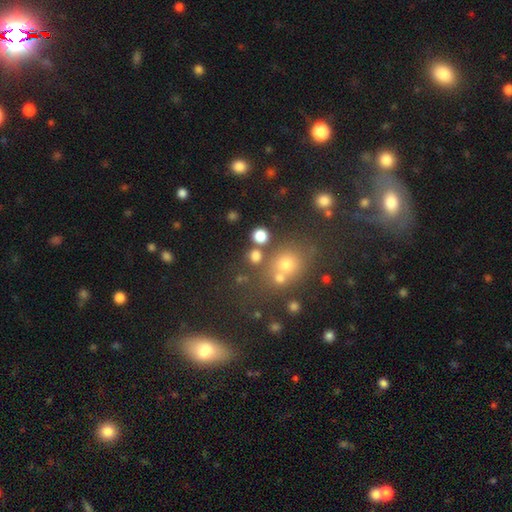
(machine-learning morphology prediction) Smooth or featured?
  - smooth: 74% *
  - star or artifact: 18%
  - featured or disk: 8%
How rounded?
  - round: 84% *
  - in between: 14%
  - cigar-shaped: 1%
Merging?
  - none: 71% *
  - merger: 16%
  - minor disturbance: 9%
  - major disturbance: 5%